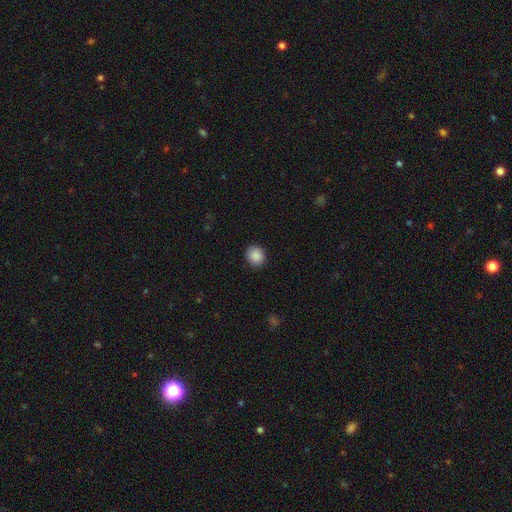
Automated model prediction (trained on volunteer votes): smooth 88%, star or artifact 8%, featured or disk 3%. Down the decision tree: how rounded — round (83%); merging — none (87%).